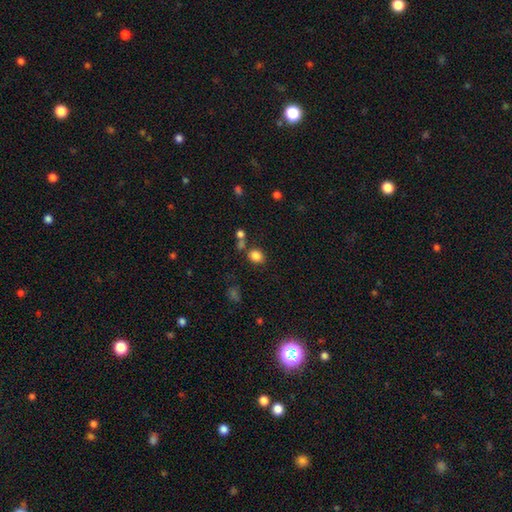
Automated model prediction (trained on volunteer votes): Overall: smooth (83%). How rounded: round (56%; in between 43%). Merging: none (72%).